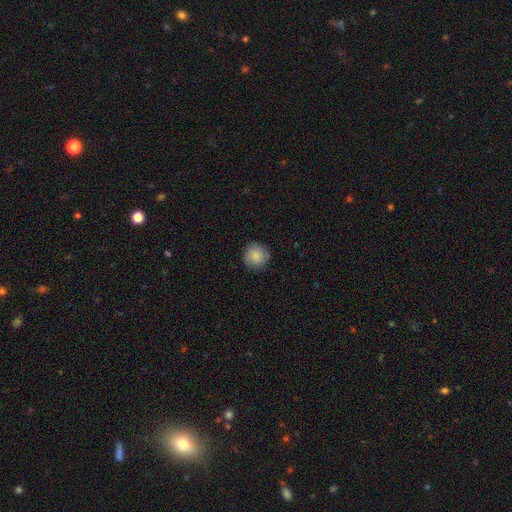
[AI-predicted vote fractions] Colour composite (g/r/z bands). It shows a smooth galaxy with no disk features (87%) that is round (93%). Merging: none (87%).